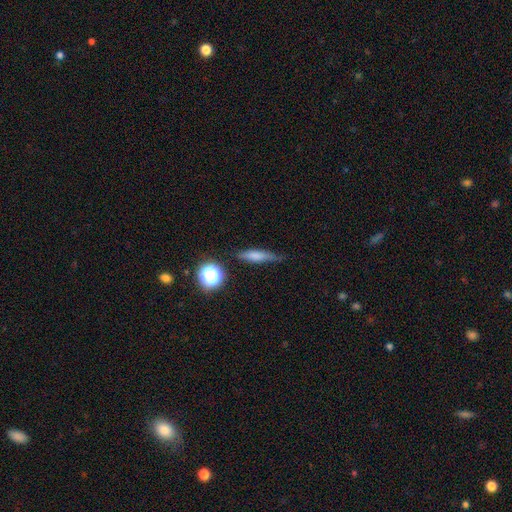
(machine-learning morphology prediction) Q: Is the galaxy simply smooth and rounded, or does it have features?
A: smooth — 62%.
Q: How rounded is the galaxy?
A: cigar-shaped — 72%.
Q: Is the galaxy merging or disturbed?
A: none — 67%.